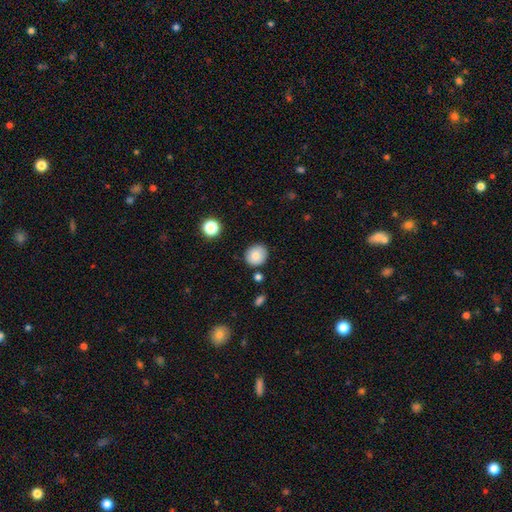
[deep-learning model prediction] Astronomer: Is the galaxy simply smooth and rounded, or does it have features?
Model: smooth — 81%.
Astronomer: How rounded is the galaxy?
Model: round — 84%.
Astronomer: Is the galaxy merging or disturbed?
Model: none — 84%.